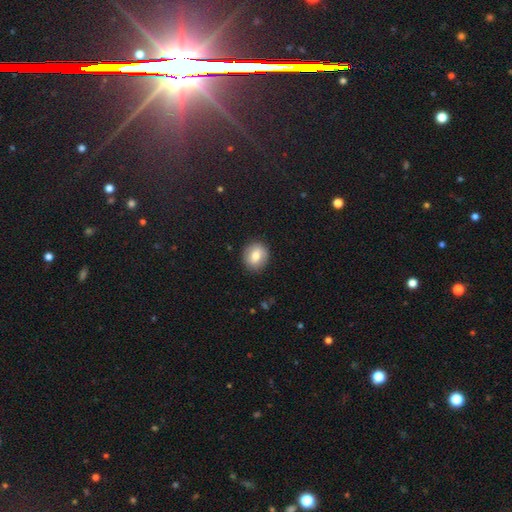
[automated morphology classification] Q: Smooth or featured?
A: smooth (72%); runner-up: featured or disk (19%)
Q: How rounded?
A: round (79%); runner-up: in between (20%)
Q: Merging?
A: none (87%); runner-up: minor disturbance (9%)